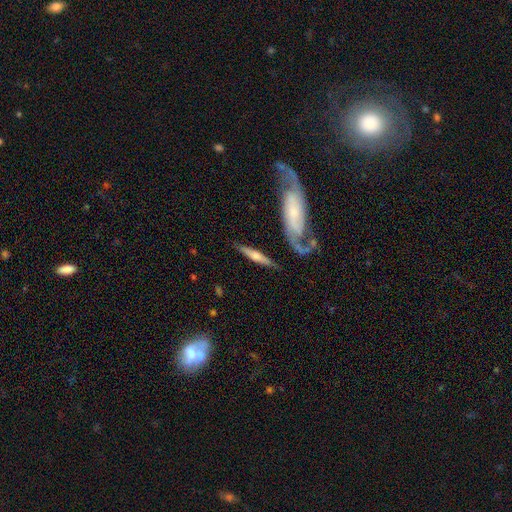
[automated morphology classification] Smooth or featured? Predicted: featured or disk (p=0.54). Edge-on disk? Predicted: yes (p=0.86). Merging? Predicted: none (p=0.70).